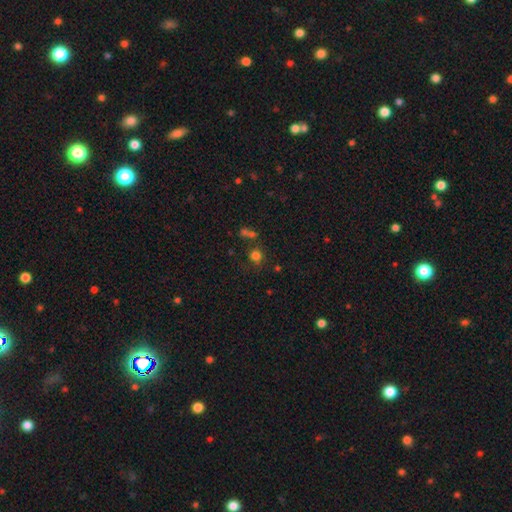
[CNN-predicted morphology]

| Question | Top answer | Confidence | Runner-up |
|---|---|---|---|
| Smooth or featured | smooth | 73% | star or artifact (20%) |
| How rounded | round | 85% | in between (14%) |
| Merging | none | 68% | merger (13%) |